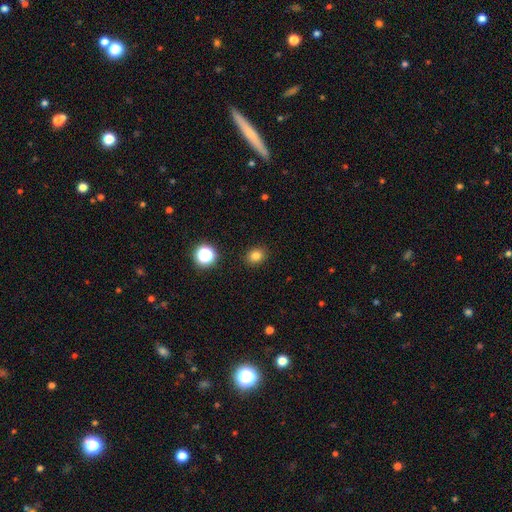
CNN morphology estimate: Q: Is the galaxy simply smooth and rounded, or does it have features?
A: smooth — 81%.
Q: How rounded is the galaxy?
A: round — 65%.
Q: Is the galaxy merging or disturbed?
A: none — 90%.